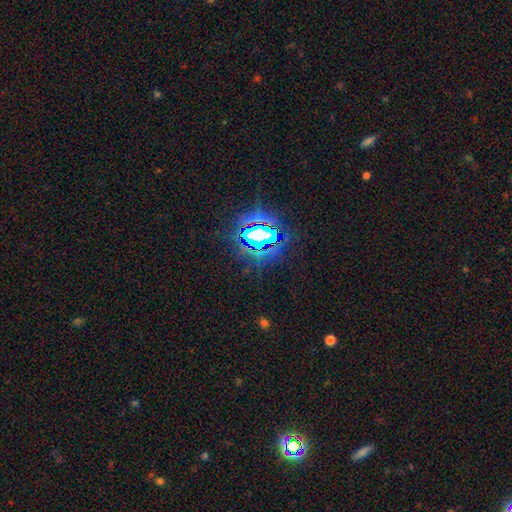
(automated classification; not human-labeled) This is clearly a star or artifact rather than a galaxy (82%).